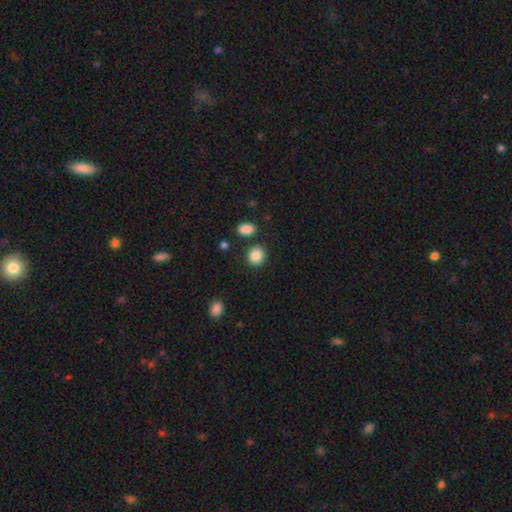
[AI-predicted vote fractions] smooth_or_featured: smooth (p=0.87) [alt: star or artifact p=0.09]
how_rounded: round (p=0.74) [alt: in between p=0.25]
merging: none (p=0.83) [alt: minor disturbance p=0.08]